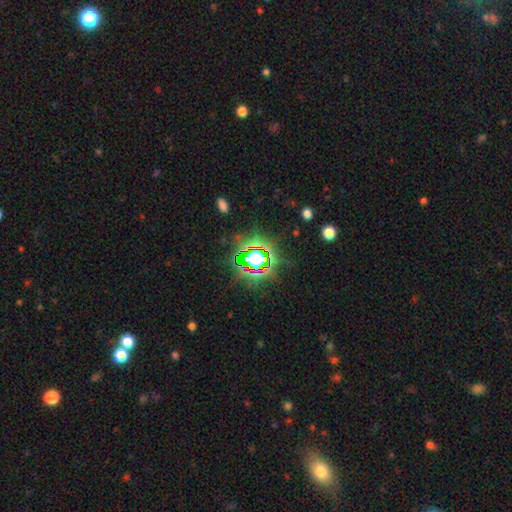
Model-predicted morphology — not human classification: star or artifact 71%, smooth 17%, featured or disk 12%.